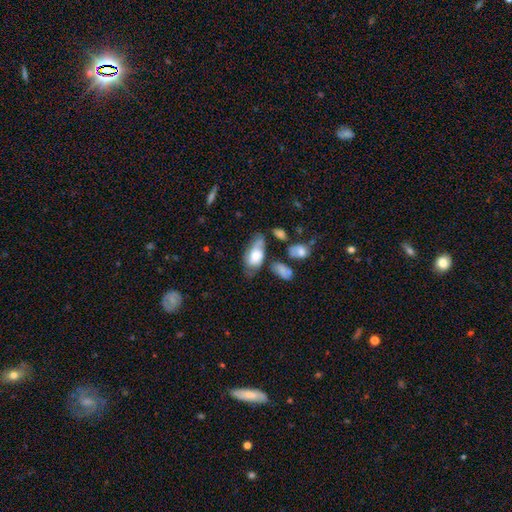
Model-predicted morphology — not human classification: Smooth or featured: smooth — 59% (featured or disk — 33%)
How rounded: in between — 90% (round — 5%)
Merging: none — 36% (minor disturbance — 31%)